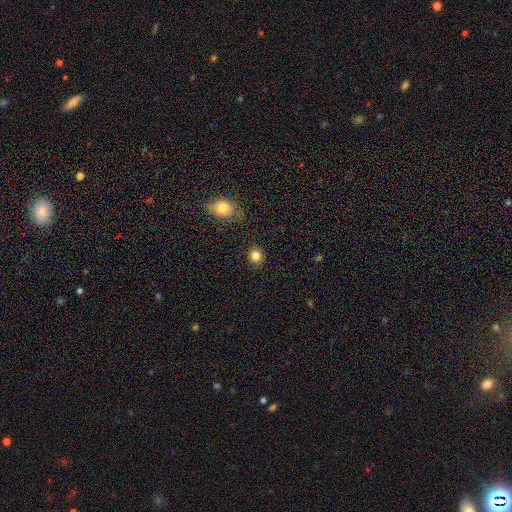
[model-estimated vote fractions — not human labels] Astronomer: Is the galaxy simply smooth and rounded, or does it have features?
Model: smooth — 84%.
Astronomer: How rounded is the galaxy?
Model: round — 84%.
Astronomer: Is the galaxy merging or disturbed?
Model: none — 89%.